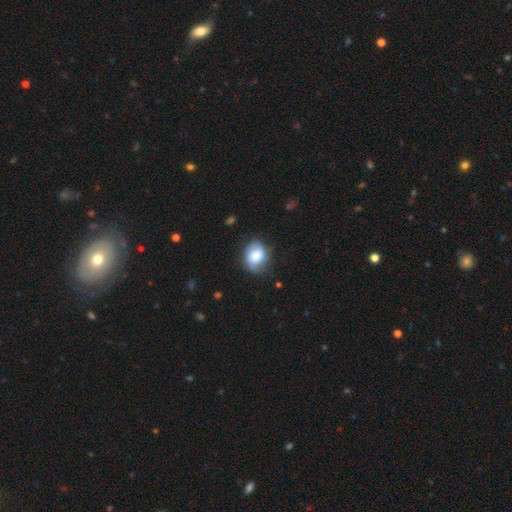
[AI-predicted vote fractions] This appears to be a smooth galaxy with no disk features (57%) that is in between round and cigar-shaped (56%). Merging: none (71%).